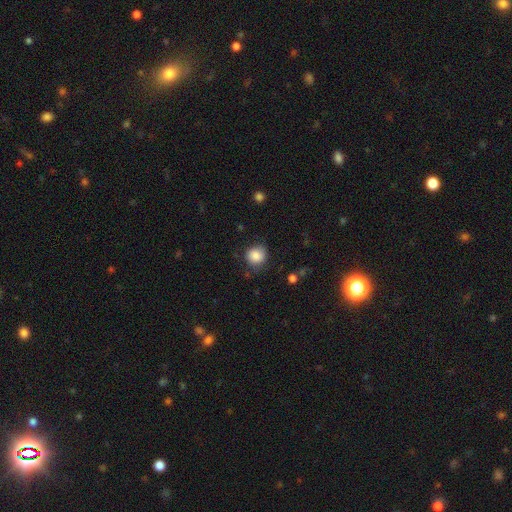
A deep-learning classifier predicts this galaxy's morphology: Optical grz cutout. It shows a smooth galaxy with no disk features (85%) that is round (85%). Merging: none (73%).